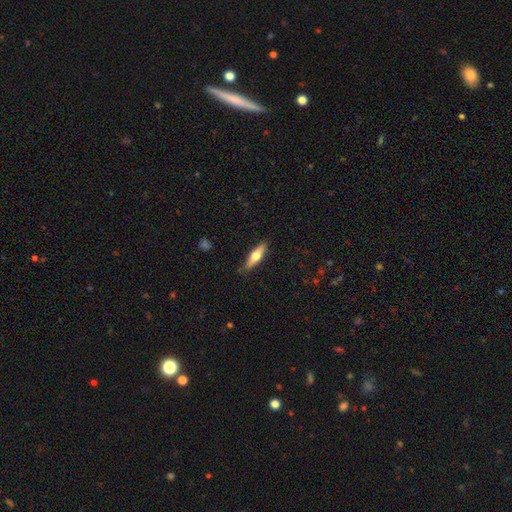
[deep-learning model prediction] The model was most divided on "smooth or featured": featured or disk: 48%, smooth: 47%, star or artifact: 5%. More confident: merging — none (84%).